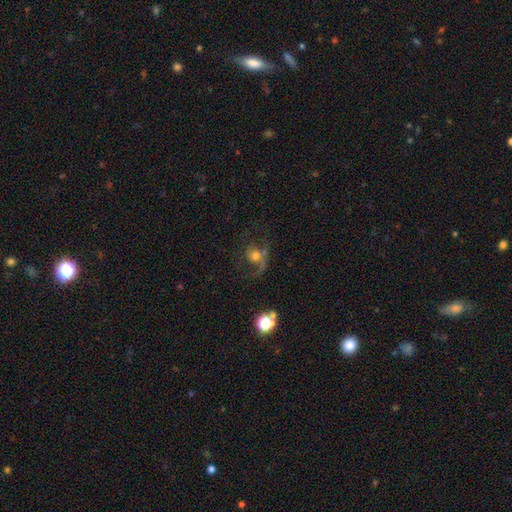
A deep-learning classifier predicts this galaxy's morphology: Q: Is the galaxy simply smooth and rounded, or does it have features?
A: featured or disk — 59%.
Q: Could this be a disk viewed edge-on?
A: no — 97%.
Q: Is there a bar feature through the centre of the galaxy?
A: no — 72%.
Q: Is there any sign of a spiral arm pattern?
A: yes — 82%.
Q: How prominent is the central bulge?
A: moderate — 58%.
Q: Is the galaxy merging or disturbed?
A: none — 42%.